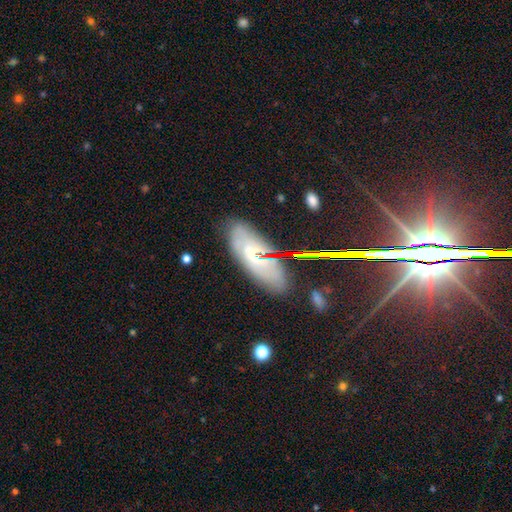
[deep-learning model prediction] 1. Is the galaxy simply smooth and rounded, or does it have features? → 48% featured or disk, 38% smooth, 15% star or artifact.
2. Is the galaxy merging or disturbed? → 77% none, 16% minor disturbance, 4% major disturbance, 3% merger.